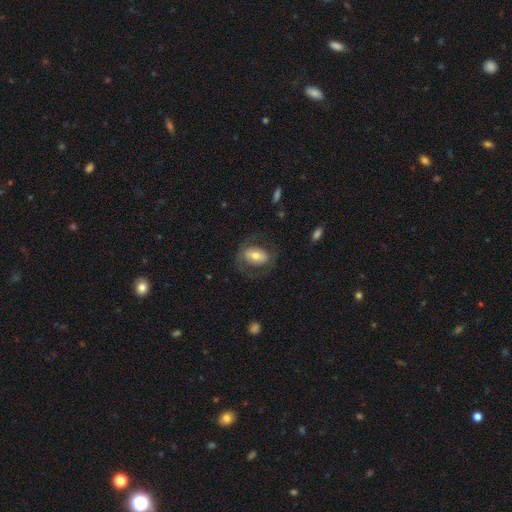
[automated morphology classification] smooth-or-featured: smooth: 48% | featured or disk: 45% | star or artifact: 7%
  merging: none: 61% | major disturbance: 20% | minor disturbance: 17% | merger: 1%